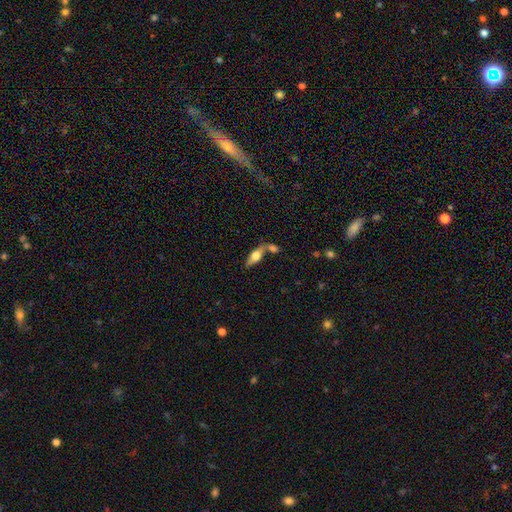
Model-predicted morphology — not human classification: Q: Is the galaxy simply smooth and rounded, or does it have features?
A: smooth — 49%.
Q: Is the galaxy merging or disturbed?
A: none — 44%.